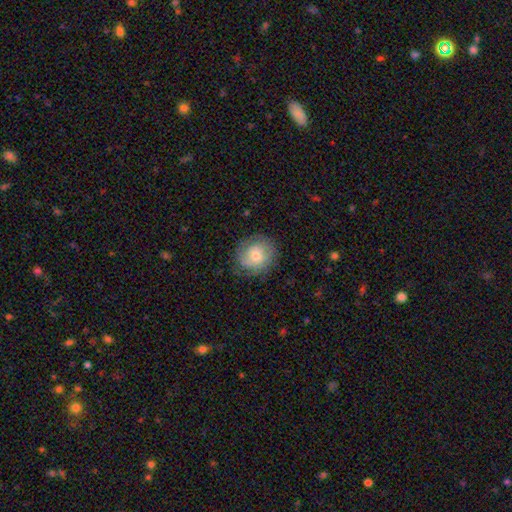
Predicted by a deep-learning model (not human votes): smooth-or-featured: smooth: 62% | featured or disk: 31% | star or artifact: 8%
  how-rounded: round: 86% | in between: 13% | cigar-shaped: 1%
  merging: none: 76% | minor disturbance: 17% | major disturbance: 7% | merger: 1%